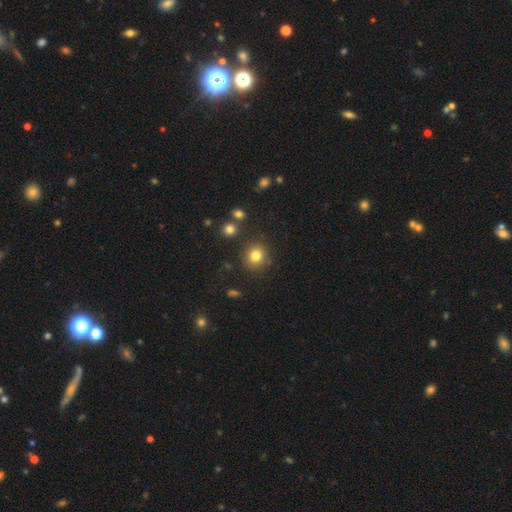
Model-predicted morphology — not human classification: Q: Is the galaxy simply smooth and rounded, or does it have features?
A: smooth — 81%.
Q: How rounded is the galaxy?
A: round — 88%.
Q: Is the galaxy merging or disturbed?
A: none — 86%.